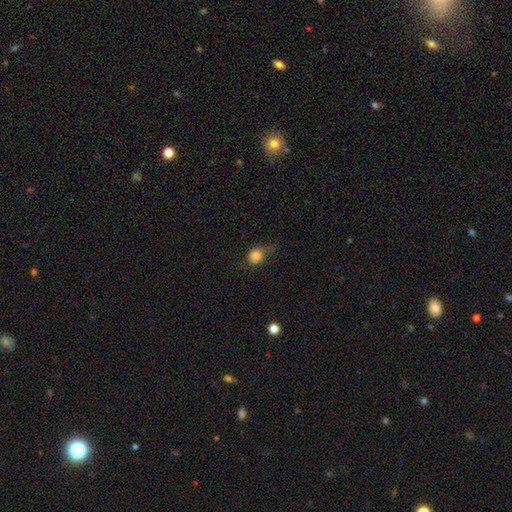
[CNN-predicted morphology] A smooth galaxy with no disk features (81%) that is round (74%).

Vote fractions:
- Smooth or featured? smooth: 81% / star or artifact: 11% / featured or disk: 8%
- How rounded? round: 74% / in between: 24% / cigar-shaped: 2%
- Merging? none: 47% / minor disturbance: 33% / major disturbance: 17% / merger: 2%